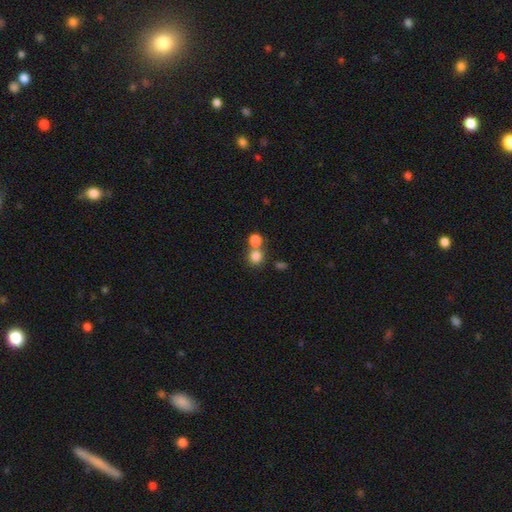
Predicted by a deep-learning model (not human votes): smooth_or_featured: smooth (p=0.81) [alt: star or artifact p=0.11]
how_rounded: round (p=0.83) [alt: in between p=0.15]
merging: merger (p=0.45) [tied with: none p=0.45]